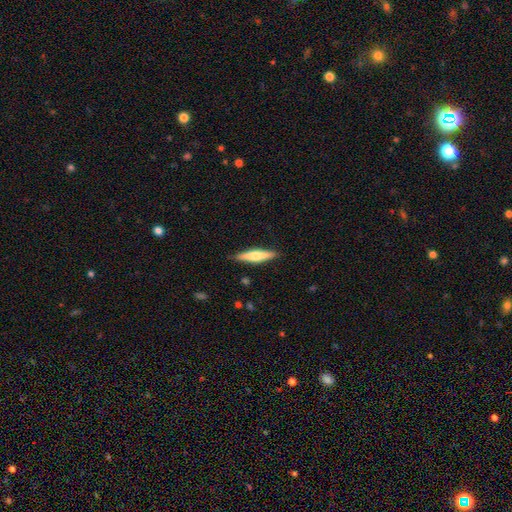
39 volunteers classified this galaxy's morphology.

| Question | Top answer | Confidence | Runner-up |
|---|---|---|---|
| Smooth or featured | featured or disk | 69% | smooth (26%) |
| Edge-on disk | yes | 100% | — |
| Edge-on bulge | rounded | 93% | boxy (4%) |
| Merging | none | 86% | minor disturbance (14%) |